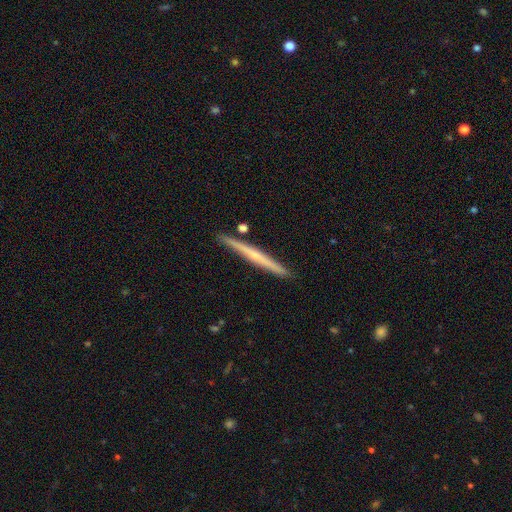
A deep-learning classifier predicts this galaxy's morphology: Smooth or featured? Predicted: featured or disk (p=0.59). Edge-on disk? Predicted: yes (p=0.98). Edge-on bulge? Predicted: none (p=0.61). Merging? Predicted: none (p=0.90).